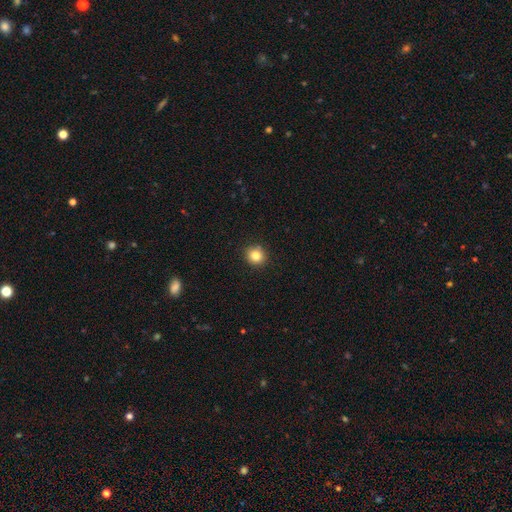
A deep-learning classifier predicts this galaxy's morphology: Smooth or featured? Predicted: smooth (p=0.83). How rounded? Predicted: round (p=0.88). Merging? Predicted: none (p=0.90).